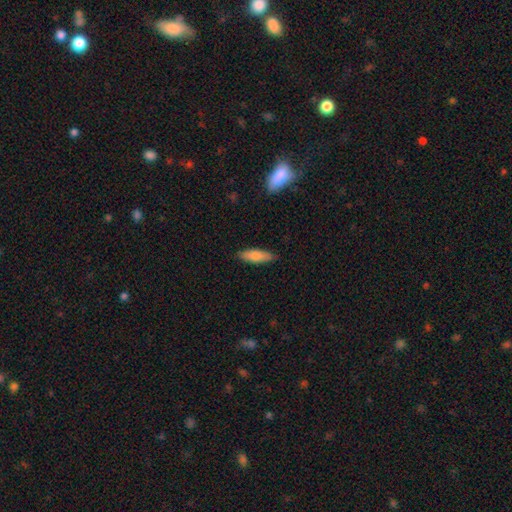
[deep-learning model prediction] This appears to be a smooth galaxy with no disk features (80%) that is cigar-shaped (53%). Merging: none (87%).